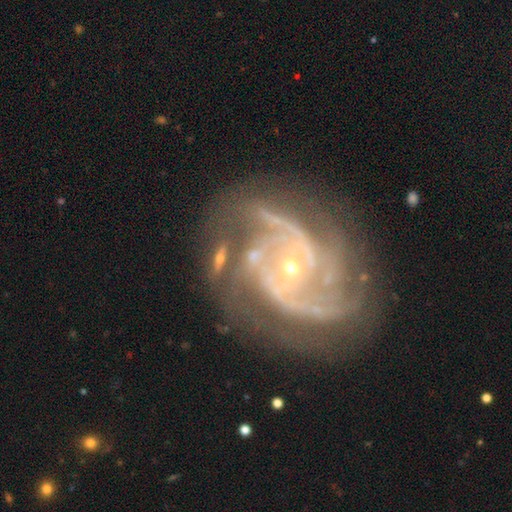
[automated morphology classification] The model was most divided on "spiral winding": tight: 43%, medium: 42%, loose: 15%. Remaining: edge-on disk — no (97%); spiral arms — yes (96%); smooth or featured — featured or disk (86%); bulge size — small (82%); bar — no (58%); merging — none (50%); spiral arm count — 2 (31%).